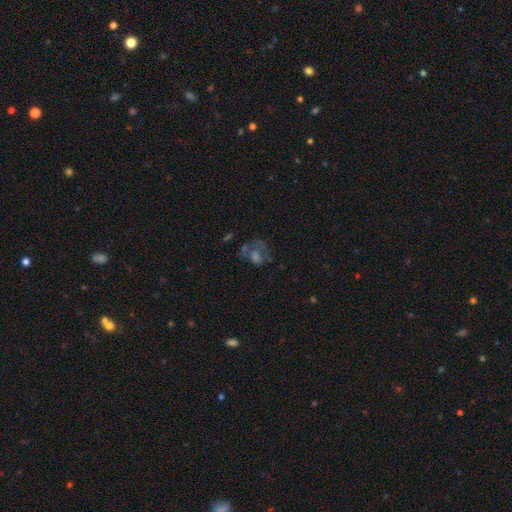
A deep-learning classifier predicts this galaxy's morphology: This appears to be a featured or disk galaxy (42%). Merging: none (39%).